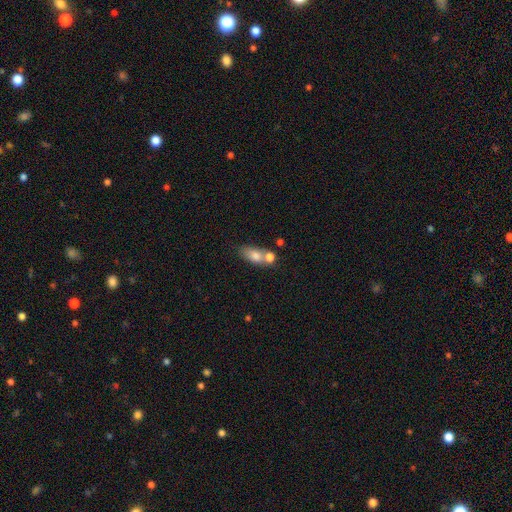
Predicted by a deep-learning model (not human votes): Smooth or featured?
  - smooth: 73% *
  - featured or disk: 17%
  - star or artifact: 9%
How rounded?
  - in between: 76% *
  - round: 13%
  - cigar-shaped: 12%
Merging?
  - merger: 41% *
  - none: 38%
  - minor disturbance: 14%
  - major disturbance: 7%